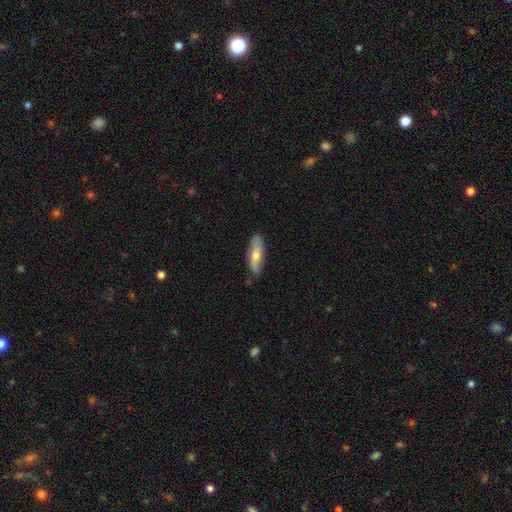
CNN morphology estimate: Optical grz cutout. It shows a smooth galaxy with no disk features (55%) that is cigar-shaped (51%). Merging: none (80%).